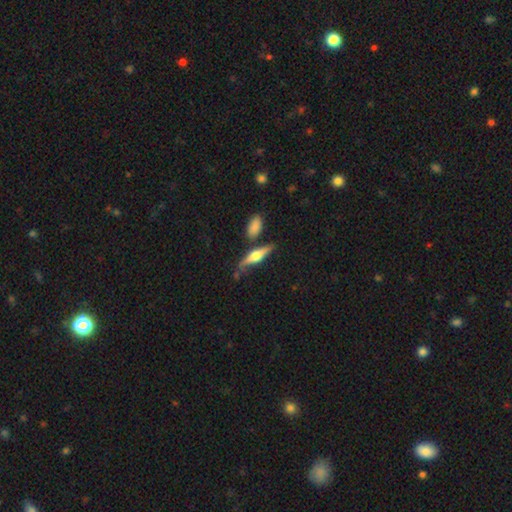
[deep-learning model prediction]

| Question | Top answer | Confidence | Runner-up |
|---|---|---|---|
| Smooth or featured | featured or disk | 58% | smooth (35%) |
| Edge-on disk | yes | 92% | no (8%) |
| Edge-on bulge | rounded | 89% | boxy (8%) |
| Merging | none | 67% | minor disturbance (17%) |